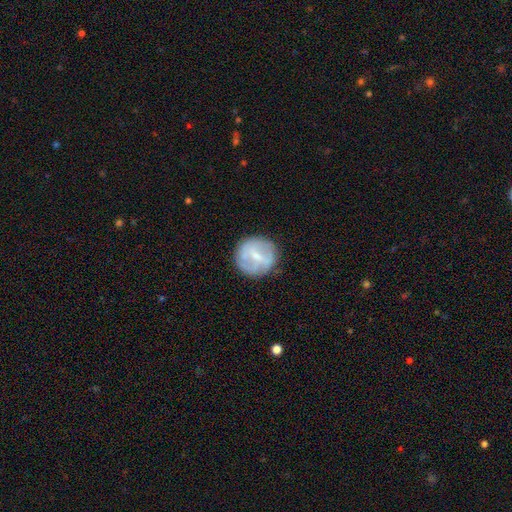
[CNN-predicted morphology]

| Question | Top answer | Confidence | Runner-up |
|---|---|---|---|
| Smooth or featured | featured or disk | 53% | smooth (40%) |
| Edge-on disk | no | 96% | yes (4%) |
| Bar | weak | 50% | strong (31%) |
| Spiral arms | no | 52% | yes (48%) |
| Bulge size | small | 53% | moderate (31%) |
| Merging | none | 80% | minor disturbance (13%) |